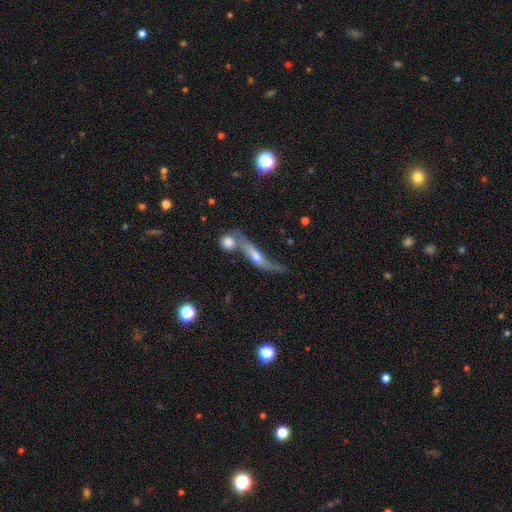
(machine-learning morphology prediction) type=featured or disk (64%); edge-on=yes (57%); merging=none (36%).